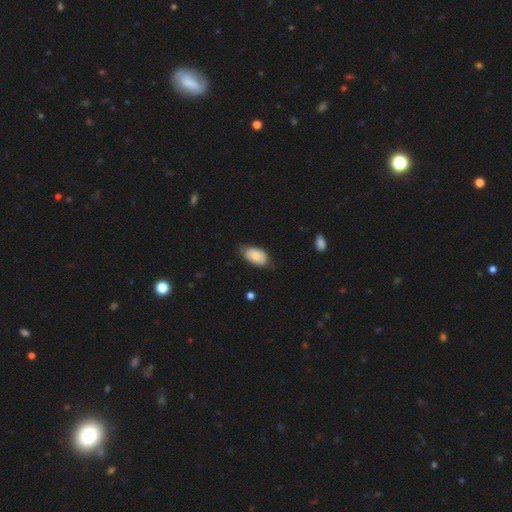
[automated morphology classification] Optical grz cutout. It shows a smooth galaxy with no disk features (78%) that is in between round and cigar-shaped (94%). Merging: none (64%).